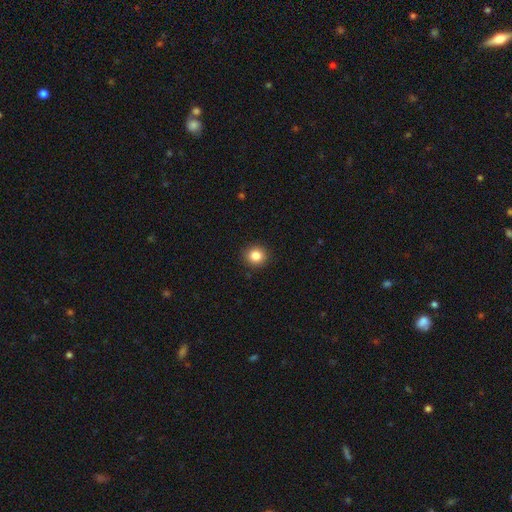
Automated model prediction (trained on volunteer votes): Morphology: type=smooth (85%); roundness=round (89%); merging=none (92%).